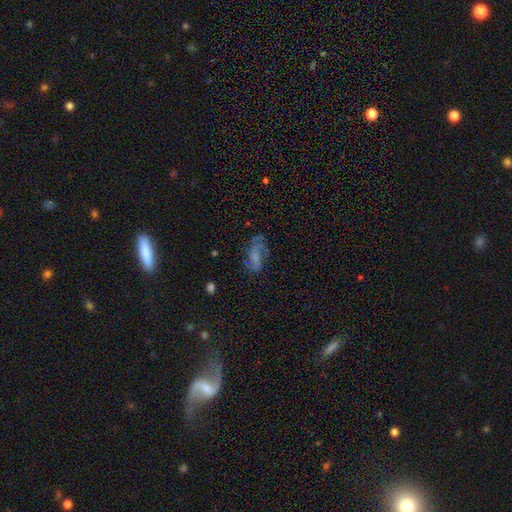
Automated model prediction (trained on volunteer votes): Smooth or featured? Predicted: featured or disk (p=0.58). Edge-on disk? Predicted: no (p=0.94). Bar? Predicted: no (p=0.54). Spiral arms? Predicted: yes (p=0.80). Bulge size? Predicted: none (p=0.49). Merging? Predicted: none (p=0.51).